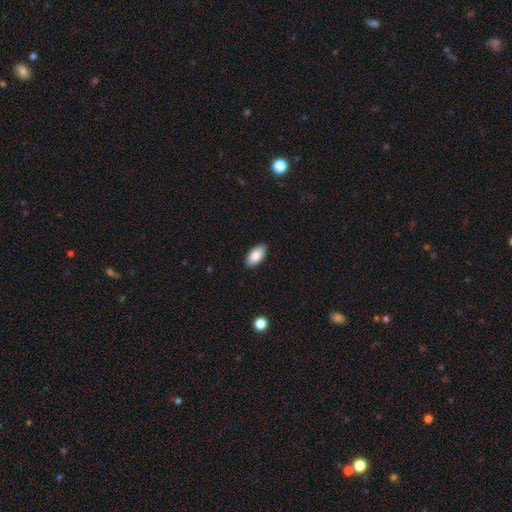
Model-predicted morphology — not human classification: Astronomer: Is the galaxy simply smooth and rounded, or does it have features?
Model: smooth — 88%.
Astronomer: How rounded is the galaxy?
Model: in between — 94%.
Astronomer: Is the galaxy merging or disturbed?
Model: none — 89%.